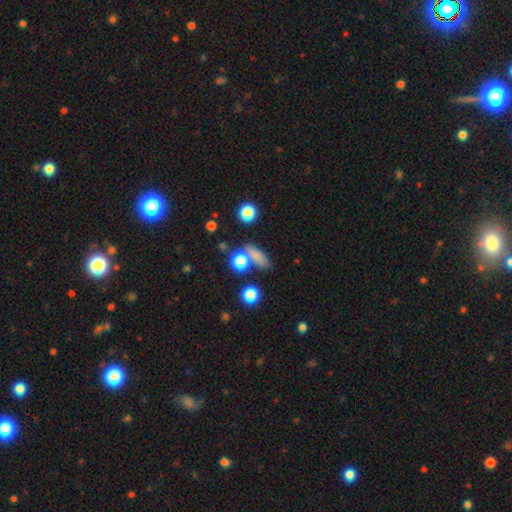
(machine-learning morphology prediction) The model was most divided on "how rounded": in between: 44%, cigar-shaped: 29%, round: 26%. More confident: smooth or featured — smooth (75%); merging — none (65%).